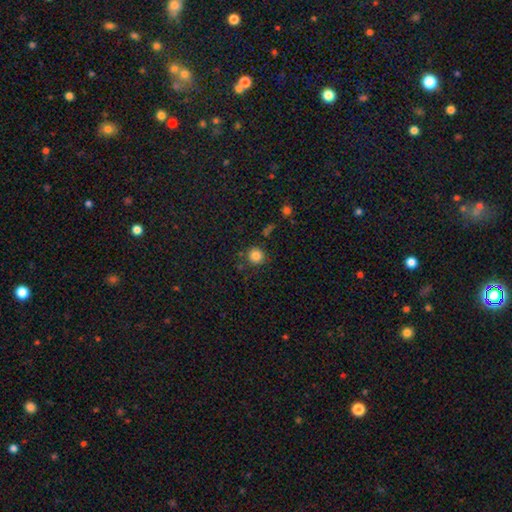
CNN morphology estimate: This appears to be a smooth galaxy with no disk features (84%) that is round (92%). Merging: none (82%).